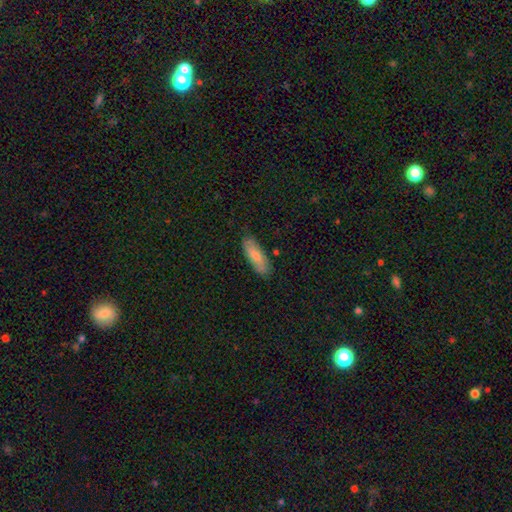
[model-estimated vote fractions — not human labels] smooth 78%, featured or disk 16%, star or artifact 6%. Down the decision tree: how rounded — in between (57%); merging — none (81%).